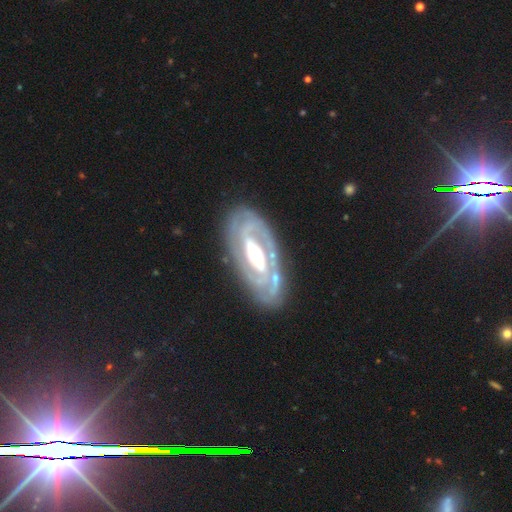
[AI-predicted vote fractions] Smooth or featured?
  - featured or disk: 89% *
  - smooth: 7%
  - star or artifact: 4%
Edge-on disk?
  - no: 94% *
  - yes: 6%
Bar?
  - strong: 41% *
  - weak: 30%
  - no: 28%
Spiral arms?
  - yes: 92% *
  - no: 8%
Spiral winding?
  - tight: 63% *
  - medium: 30%
  - loose: 7%
Spiral arm count?
  - 2: 69% *
  - can't tell: 13%
  - 3: 9%
  - 1: 3%
  - 4: 3%
  - more than 4: 3%
Bulge size?
  - moderate: 70% *
  - large: 17%
  - small: 11%
  - dominant: 1%
  - none: 1%
Merging?
  - none: 80% *
  - minor disturbance: 14%
  - major disturbance: 5%
  - merger: 2%